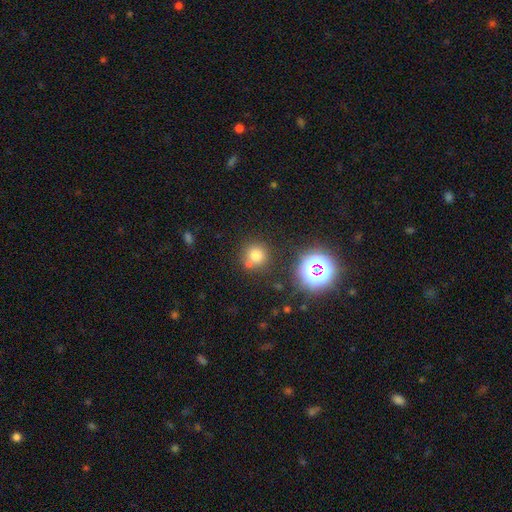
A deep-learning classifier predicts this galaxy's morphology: Smooth or featured?
  - smooth: 72% *
  - star or artifact: 20%
  - featured or disk: 8%
How rounded?
  - round: 92% *
  - in between: 7%
  - cigar-shaped: 1%
Merging?
  - none: 72% *
  - merger: 14%
  - minor disturbance: 10%
  - major disturbance: 4%